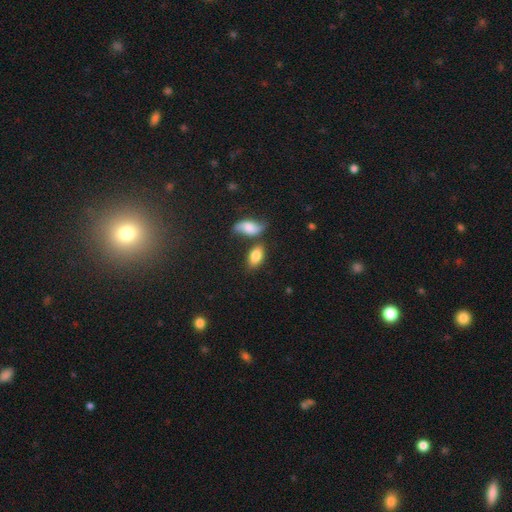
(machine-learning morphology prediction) Smooth or featured: smooth — 80% (featured or disk — 13%)
How rounded: in between — 91% (round — 5%)
Merging: none — 60% (merger — 18%)